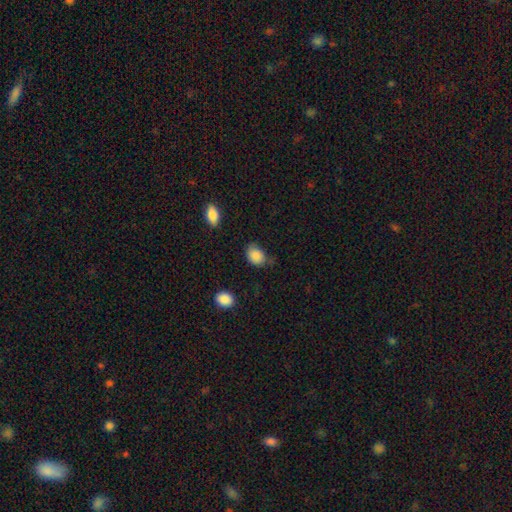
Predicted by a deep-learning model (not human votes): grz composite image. It shows a smooth galaxy with no disk features (87%) that is in between round and cigar-shaped (66%). Merging: none (59%).